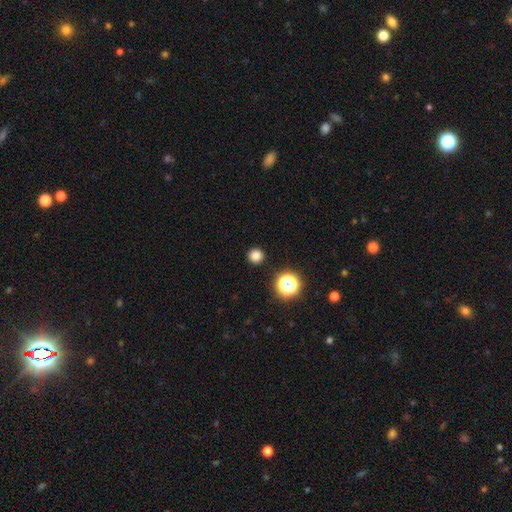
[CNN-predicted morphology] Smooth or featured: smooth — 81% (star or artifact — 15%)
How rounded: round — 94% (in between — 5%)
Merging: none — 93% (minor disturbance — 4%)